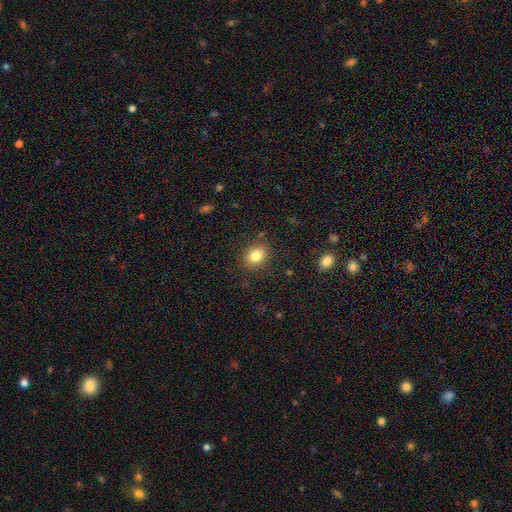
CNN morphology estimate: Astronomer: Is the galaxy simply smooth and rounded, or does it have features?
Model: smooth — 83%.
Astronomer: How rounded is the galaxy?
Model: in between — 54% (runner-up: round, 45%).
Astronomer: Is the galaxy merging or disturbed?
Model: none — 85%.